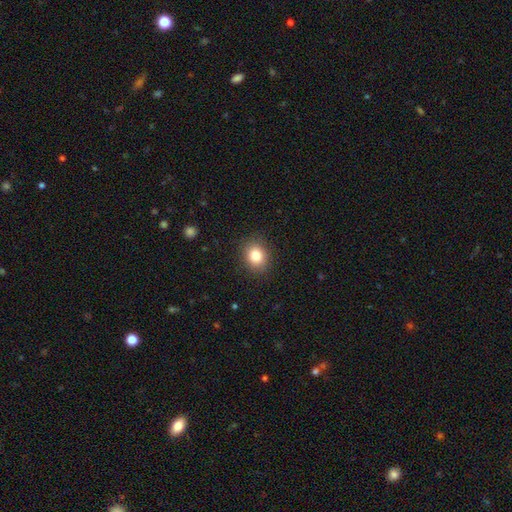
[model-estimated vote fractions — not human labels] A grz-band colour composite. It shows a smooth galaxy with no disk features (82%) that is round (60%). Merging: none (88%).